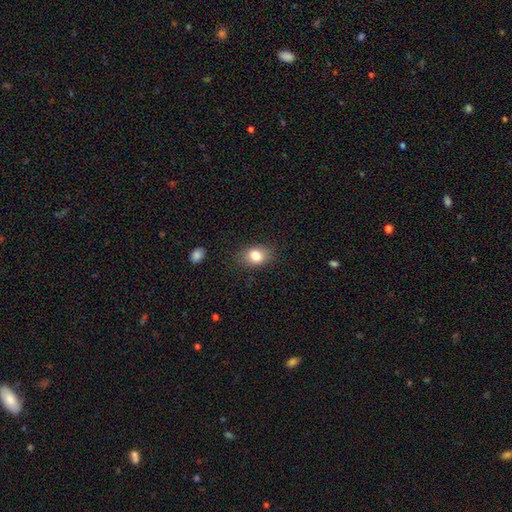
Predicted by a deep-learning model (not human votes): Overall: smooth (81%). How rounded: in between (68%; round 31%). Merging: none (82%).